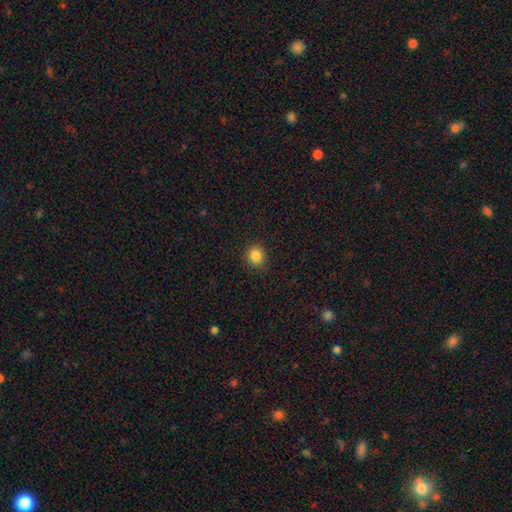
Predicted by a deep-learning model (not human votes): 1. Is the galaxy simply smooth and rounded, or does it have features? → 85% smooth, 11% star or artifact, 4% featured or disk.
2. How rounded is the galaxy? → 82% round, 17% in between, 1% cigar-shaped.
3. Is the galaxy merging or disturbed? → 89% none, 8% minor disturbance, 2% major disturbance, 1% merger.